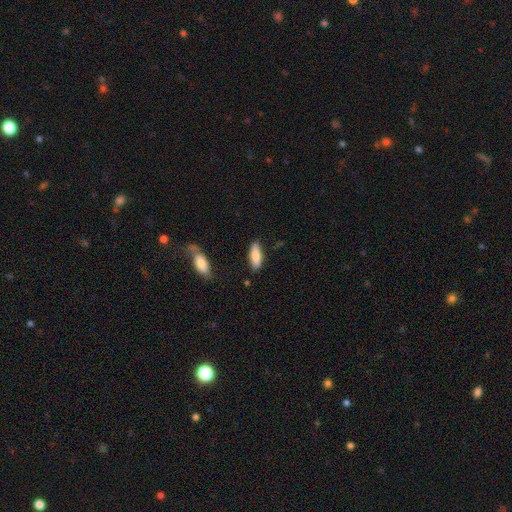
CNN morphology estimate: Smooth or featured: smooth — 82% (featured or disk — 12%)
How rounded: in between — 60% (cigar-shaped — 38%)
Merging: none — 82% (minor disturbance — 13%)